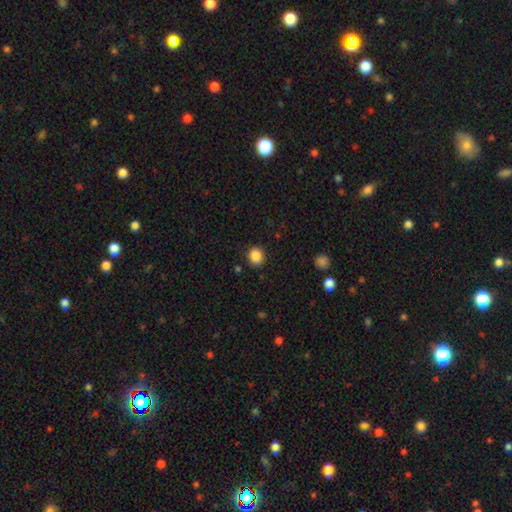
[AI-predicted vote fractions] smooth_or_featured: smooth (p=0.87) [alt: star or artifact p=0.09]
how_rounded: round (p=0.56) [alt: in between p=0.43]
merging: none (p=0.87) [alt: minor disturbance p=0.09]